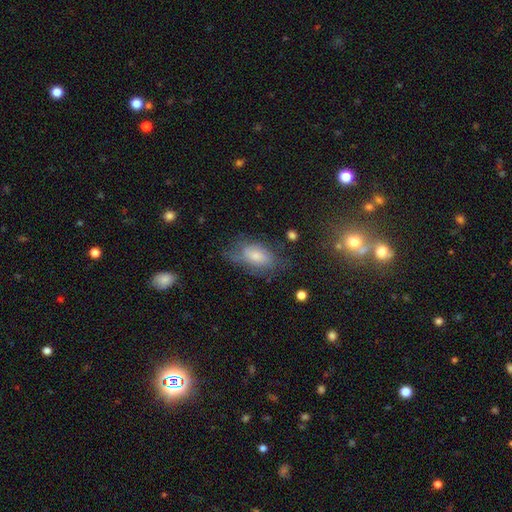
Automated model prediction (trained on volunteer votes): Q: Smooth or featured?
A: smooth (62%); runner-up: featured or disk (28%)
Q: How rounded?
A: in between (90%); runner-up: round (6%)
Q: Merging?
A: none (52%); runner-up: minor disturbance (29%)